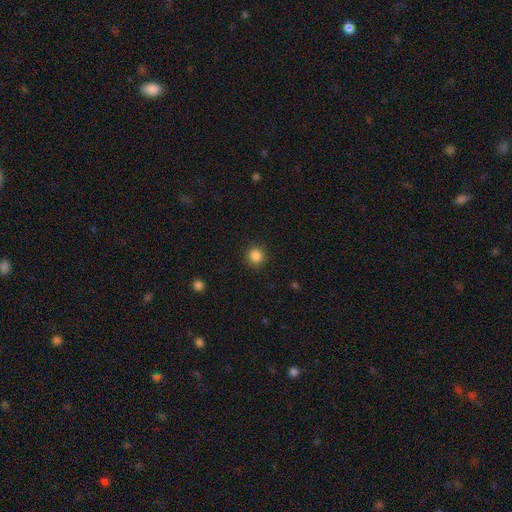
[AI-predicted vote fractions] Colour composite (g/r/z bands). It shows a smooth galaxy with no disk features (85%) that is round (94%). Merging: none (92%).